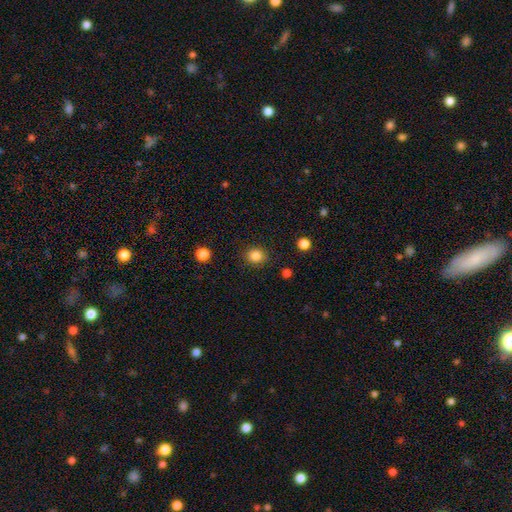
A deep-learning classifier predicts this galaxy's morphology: Q: Smooth or featured?
A: smooth (84%); runner-up: star or artifact (11%)
Q: How rounded?
A: round (79%); runner-up: in between (21%)
Q: Merging?
A: none (87%); runner-up: minor disturbance (8%)